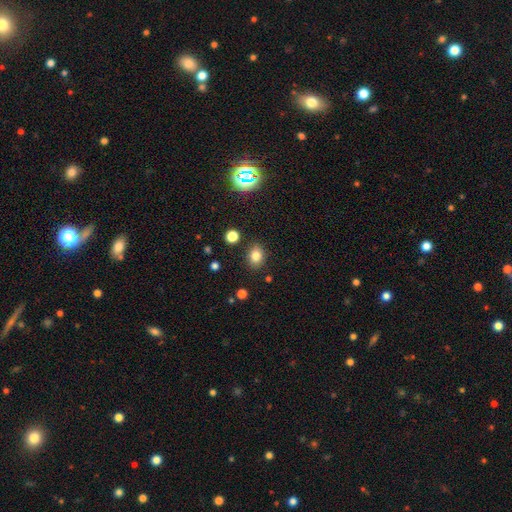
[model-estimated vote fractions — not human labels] A smooth galaxy with no disk features (79%) that is in between round and cigar-shaped (55%).

Vote fractions:
- Smooth or featured? smooth: 79% / star or artifact: 14% / featured or disk: 7%
- How rounded? in between: 55% / round: 44% / cigar-shaped: 1%
- Merging? none: 85% / minor disturbance: 10% / major disturbance: 3% / merger: 3%